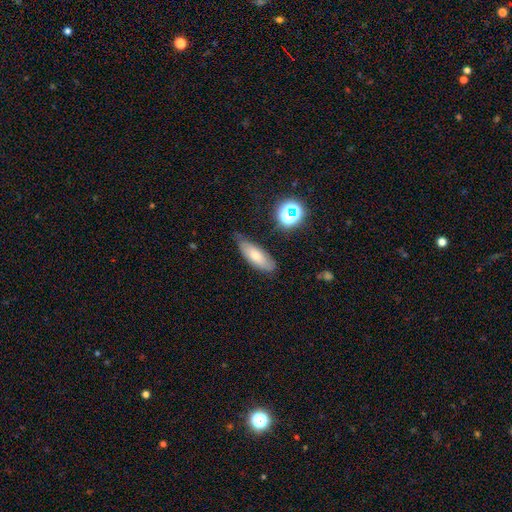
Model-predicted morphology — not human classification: smooth-or-featured: smooth: 66% | featured or disk: 24% | star or artifact: 10%
  how-rounded: in between: 71% | cigar-shaped: 26% | round: 3%
  merging: none: 65% | minor disturbance: 27% | major disturbance: 6% | merger: 3%